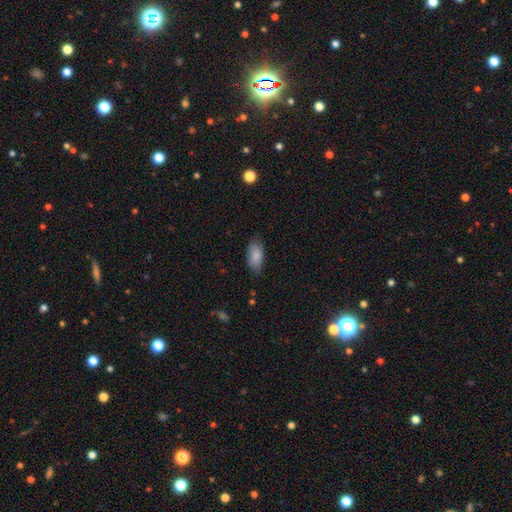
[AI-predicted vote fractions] A smooth galaxy with no disk features (86%) that is in between round and cigar-shaped (92%). Merging: none (78%).